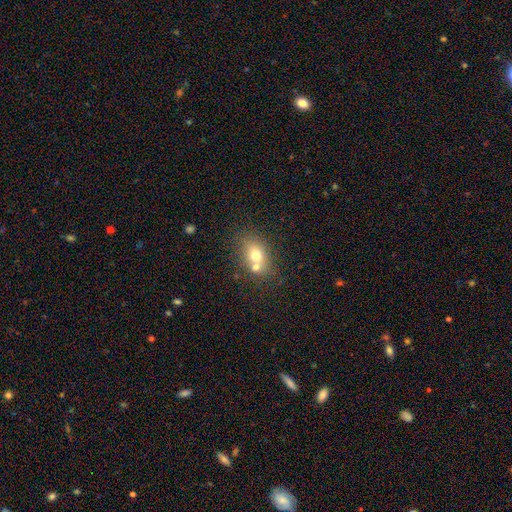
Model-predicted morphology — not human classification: A smooth galaxy with no disk features (68%) that is in between round and cigar-shaped (60%).

Vote fractions:
- Smooth or featured? smooth: 68% / featured or disk: 21% / star or artifact: 11%
- How rounded? in between: 60% / round: 39% / cigar-shaped: 2%
- Merging? none: 45% / merger: 41% / minor disturbance: 10% / major disturbance: 4%